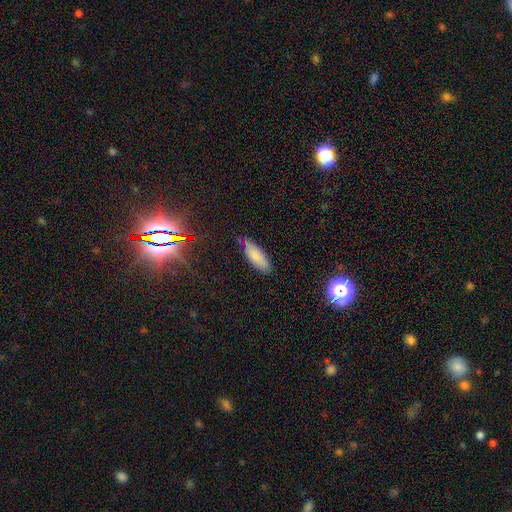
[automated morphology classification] Smooth or featured?
  - smooth: 82% *
  - star or artifact: 9%
  - featured or disk: 8%
How rounded?
  - in between: 66% *
  - cigar-shaped: 32%
  - round: 2%
Merging?
  - none: 68% *
  - minor disturbance: 26%
  - major disturbance: 5%
  - merger: 2%